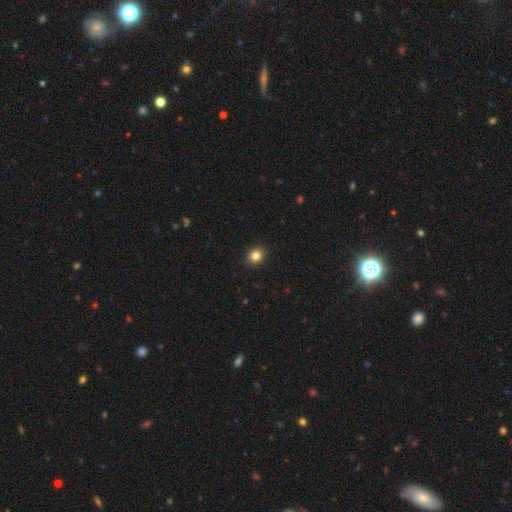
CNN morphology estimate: A smooth galaxy with no disk features (83%) that is round (85%). Merging: none (92%).